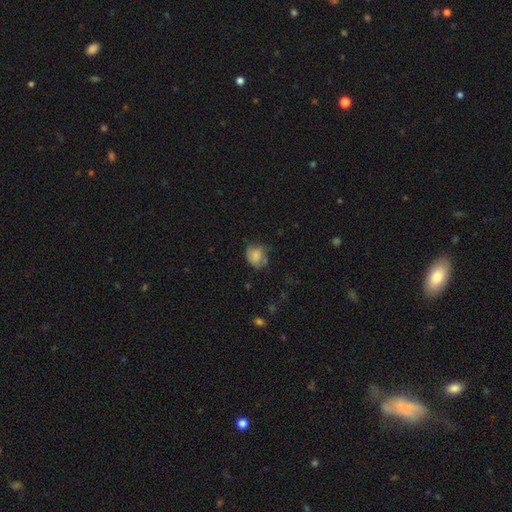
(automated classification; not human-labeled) Smooth or featured: smooth — 75% (featured or disk — 16%)
How rounded: round — 55% (in between — 44%)
Merging: none — 46% (minor disturbance — 33%)